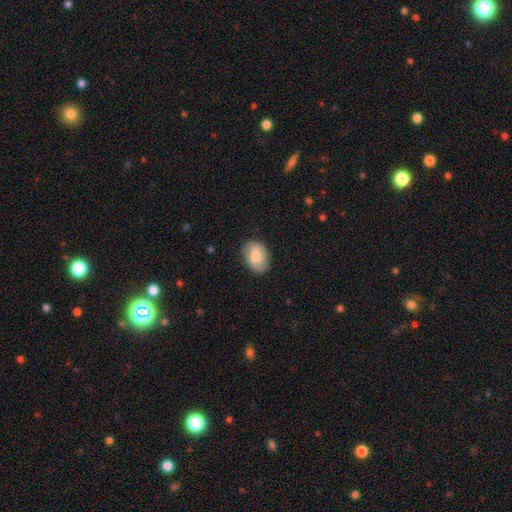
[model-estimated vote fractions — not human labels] A smooth galaxy with no disk features (73%) that is in between round and cigar-shaped (80%).

Vote fractions:
- Smooth or featured? smooth: 73% / featured or disk: 20% / star or artifact: 7%
- How rounded? in between: 80% / round: 19% / cigar-shaped: 1%
- Merging? none: 81% / minor disturbance: 15% / major disturbance: 3% / merger: 1%